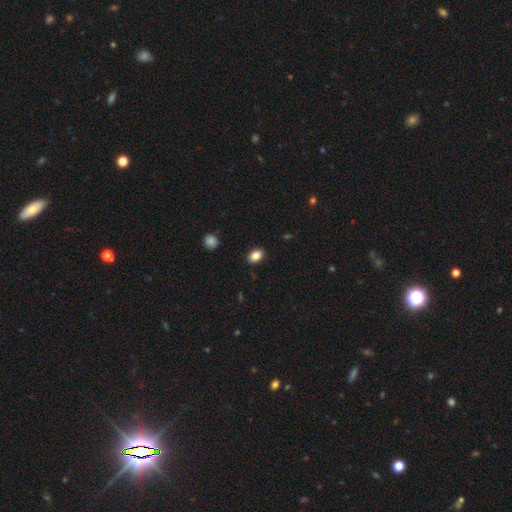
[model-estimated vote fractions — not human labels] smooth-or-featured: smooth: 85% | star or artifact: 9% | featured or disk: 6%
  how-rounded: in between: 81% | round: 18% | cigar-shaped: 1%
  merging: none: 89% | minor disturbance: 8% | major disturbance: 2% | merger: 1%